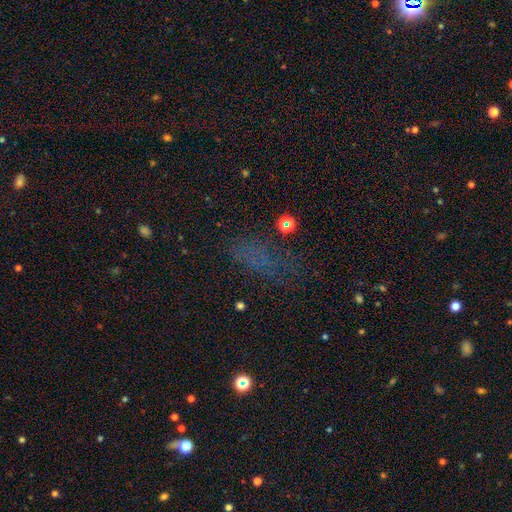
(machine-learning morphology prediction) The model was most divided on "smooth or featured": smooth: 48%, star or artifact: 39%, featured or disk: 12%. More confident: merging — none (62%).